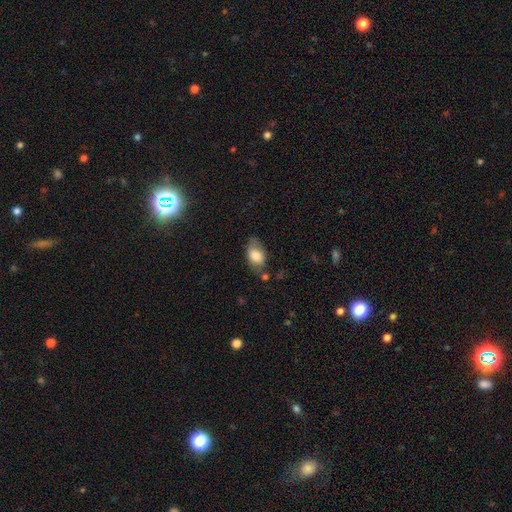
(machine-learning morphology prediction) smooth_or_featured: smooth (p=0.75) [alt: featured or disk p=0.17]
how_rounded: in between (p=0.88) [alt: round p=0.10]
merging: none (p=0.54) [alt: minor disturbance p=0.30]